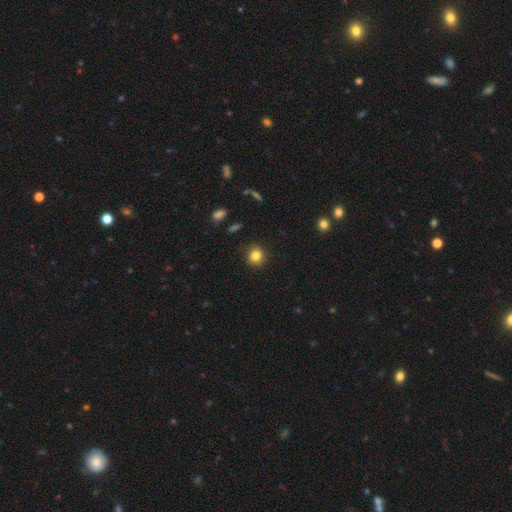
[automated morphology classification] Smooth or featured? Predicted: smooth (p=0.83). How rounded? Predicted: round (p=0.87). Merging? Predicted: none (p=0.90).